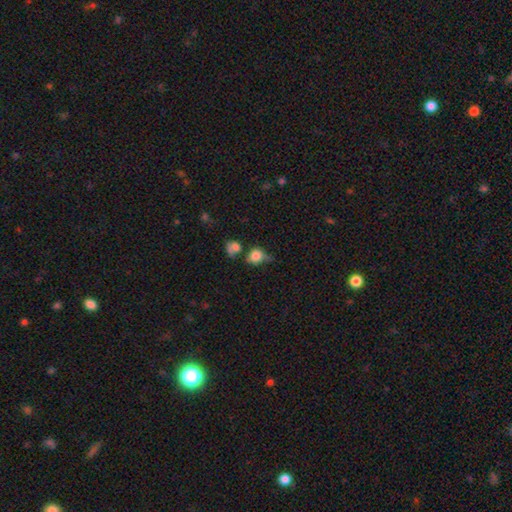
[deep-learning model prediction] The model was most divided on "merging": none: 41%, minor disturbance: 24%, merger: 19%, major disturbance: 15%. More confident: smooth or featured — smooth (77%); how rounded — round (71%).